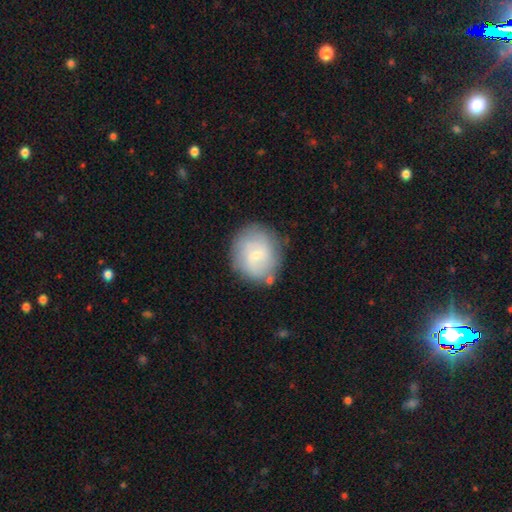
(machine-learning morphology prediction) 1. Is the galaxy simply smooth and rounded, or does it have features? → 46% featured or disk (tied), 46% smooth (tied), 8% star or artifact.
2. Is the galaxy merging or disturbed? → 76% none, 15% minor disturbance, 5% major disturbance, 4% merger.